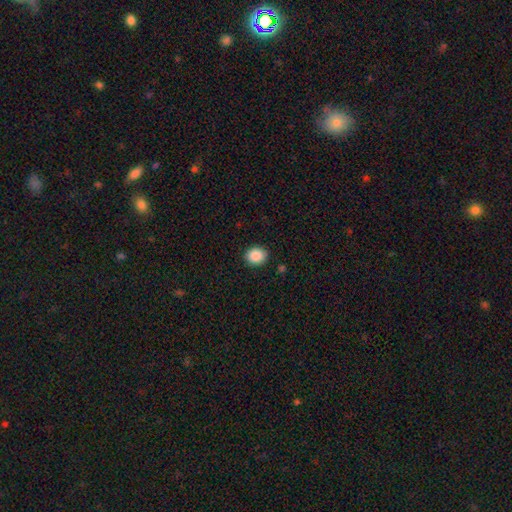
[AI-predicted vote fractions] A smooth galaxy with no disk features (88%) that is round (66%).

Vote fractions:
- Smooth or featured? smooth: 88% / star or artifact: 8% / featured or disk: 3%
- How rounded? round: 66% / in between: 33% / cigar-shaped: 1%
- Merging? none: 90% / minor disturbance: 7% / major disturbance: 2% / merger: 1%